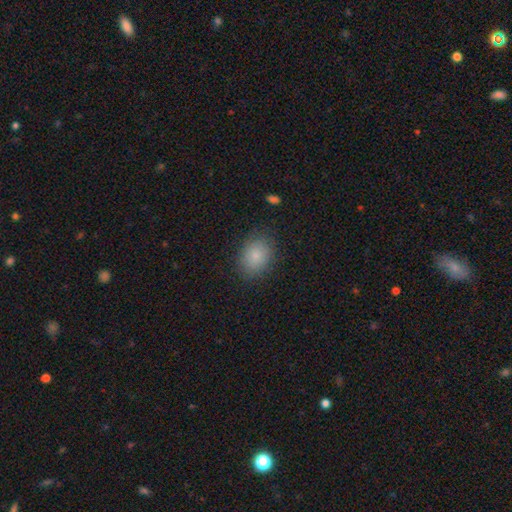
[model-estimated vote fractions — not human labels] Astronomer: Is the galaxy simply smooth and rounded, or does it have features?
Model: smooth — 82%.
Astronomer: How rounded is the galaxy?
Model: in between — 60% (runner-up: round, 39%).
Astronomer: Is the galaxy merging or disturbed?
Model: none — 82%.